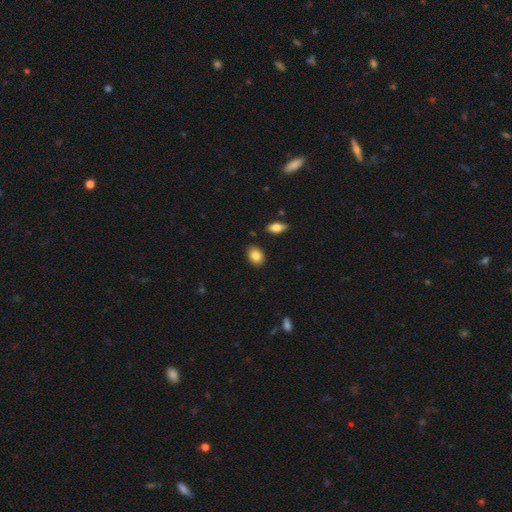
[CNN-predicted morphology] This appears to be a smooth galaxy with no disk features (85%) that is in between round and cigar-shaped (70%). Merging: none (87%).